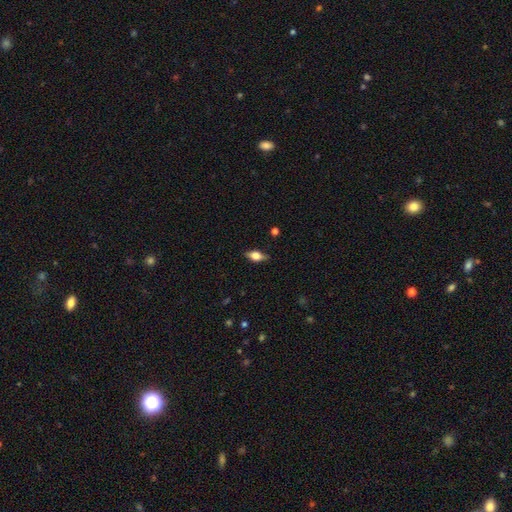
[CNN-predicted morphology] A smooth galaxy with no disk features (58%) that is in between round and cigar-shaped (79%).

Vote fractions:
- Smooth or featured? smooth: 58% / featured or disk: 34% / star or artifact: 8%
- How rounded? in between: 79% / cigar-shaped: 14% / round: 6%
- Merging? none: 83% / minor disturbance: 13% / major disturbance: 2% / merger: 1%